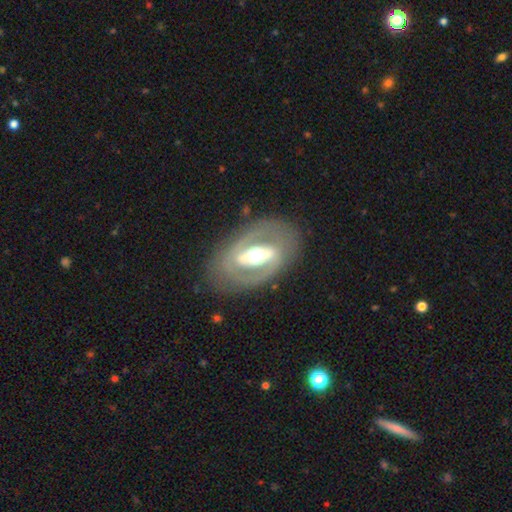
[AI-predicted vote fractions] The model was most divided on "spiral arms": yes: 55%, no: 45%. More confident: edge-on disk — no (92%); merging — none (79%); smooth or featured — featured or disk (79%); bulge size — moderate (65%); bar — strong (56%).